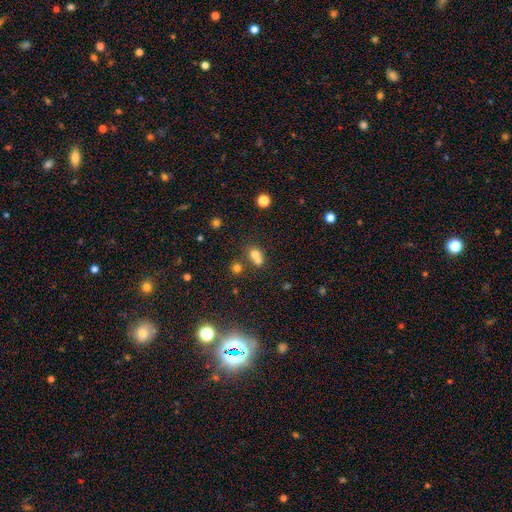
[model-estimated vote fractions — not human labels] A smooth galaxy with no disk features (69%) that is round (69%).

Vote fractions:
- Smooth or featured? smooth: 69% / star or artifact: 17% / featured or disk: 15%
- How rounded? round: 69% / in between: 30% / cigar-shaped: 1%
- Merging? merger: 57% / none: 33% / minor disturbance: 7% / major disturbance: 3%